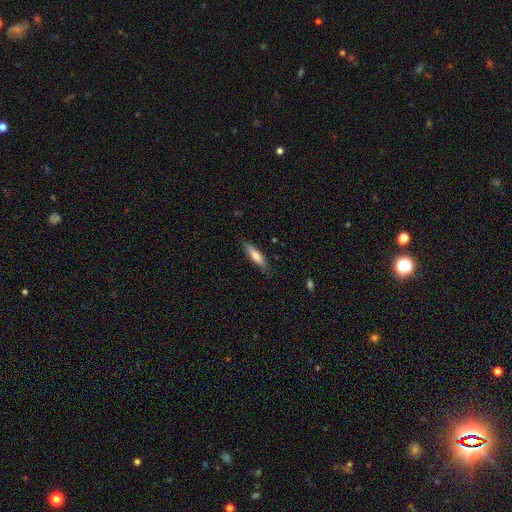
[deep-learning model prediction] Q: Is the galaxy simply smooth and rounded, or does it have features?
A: smooth — 71%.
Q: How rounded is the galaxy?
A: cigar-shaped — 70%.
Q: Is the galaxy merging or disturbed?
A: none — 85%.